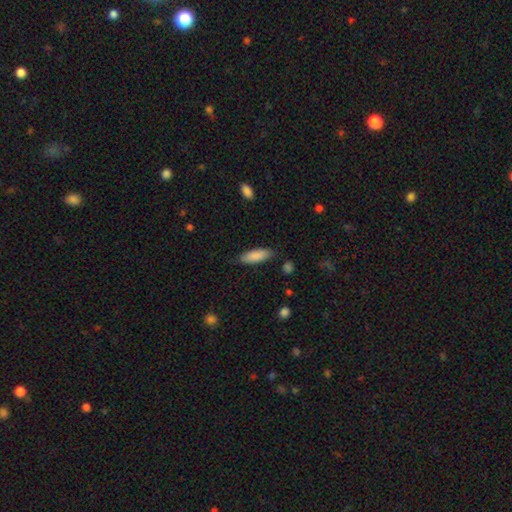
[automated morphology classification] A smooth galaxy with no disk features (87%) that is in between round and cigar-shaped (60%). Merging: none (82%).